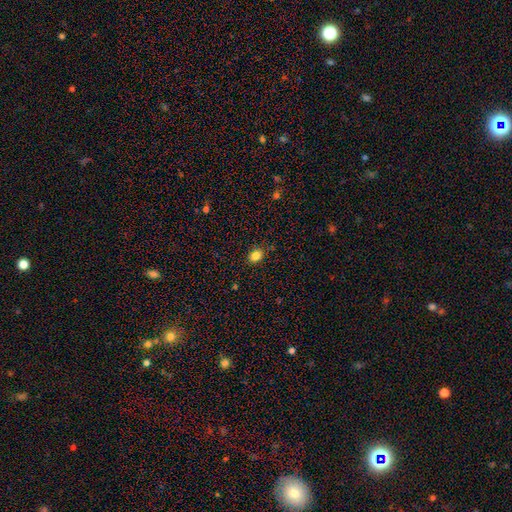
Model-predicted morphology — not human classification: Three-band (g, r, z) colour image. It shows a smooth galaxy with no disk features (83%) that is in between round and cigar-shaped (56%). Merging: none (87%).